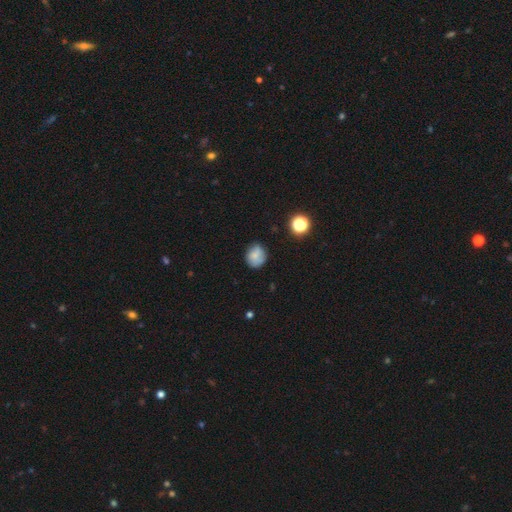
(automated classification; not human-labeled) Smooth or featured?
  - smooth: 69% *
  - featured or disk: 20%
  - star or artifact: 11%
How rounded?
  - round: 70% *
  - in between: 29%
  - cigar-shaped: 1%
Merging?
  - none: 67% *
  - minor disturbance: 24%
  - major disturbance: 6%
  - merger: 3%